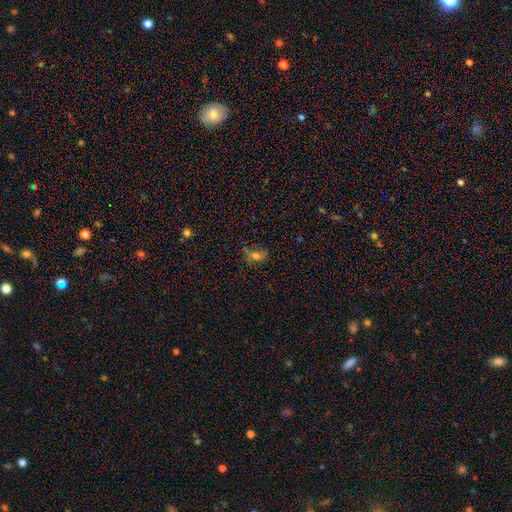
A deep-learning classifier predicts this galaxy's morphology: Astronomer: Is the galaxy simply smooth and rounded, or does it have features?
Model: smooth — 61%.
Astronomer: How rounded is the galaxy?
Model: in between — 62%.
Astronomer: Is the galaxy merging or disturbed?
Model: none — 54%.